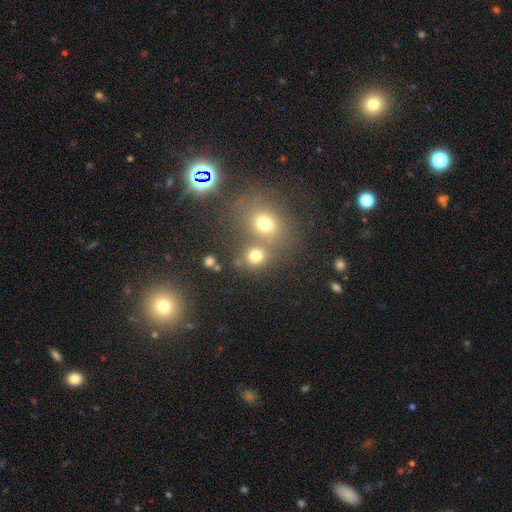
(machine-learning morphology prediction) The model was most divided on "merging": none: 54%, merger: 34%, minor disturbance: 8%, major disturbance: 5%. More confident: how rounded — round (79%); smooth or featured — smooth (73%).